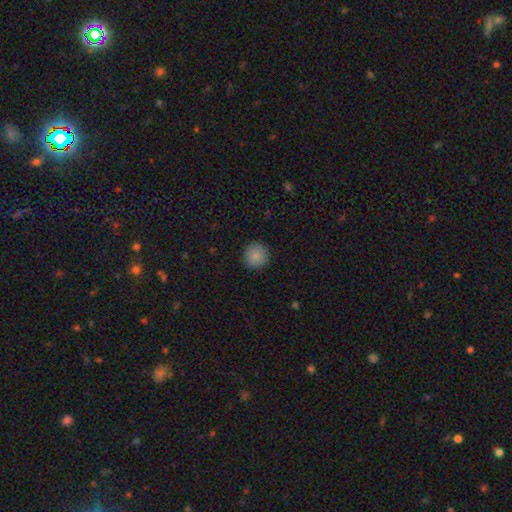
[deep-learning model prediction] Smooth or featured? Predicted: smooth (p=0.87). How rounded? Predicted: round (p=0.94). Merging? Predicted: none (p=0.91).